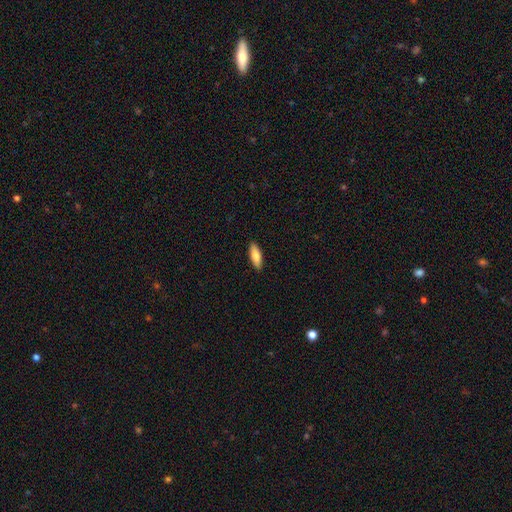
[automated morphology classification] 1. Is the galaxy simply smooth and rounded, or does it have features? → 84% smooth, 11% featured or disk, 6% star or artifact.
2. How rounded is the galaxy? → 59% in between, 39% cigar-shaped, 2% round.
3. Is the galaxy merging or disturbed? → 90% none, 7% minor disturbance, 2% major disturbance, 1% merger.